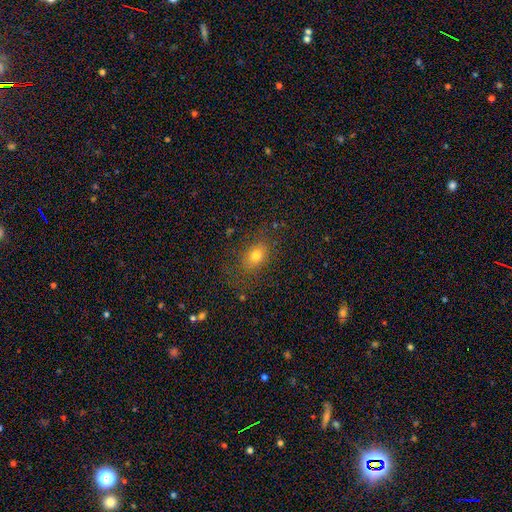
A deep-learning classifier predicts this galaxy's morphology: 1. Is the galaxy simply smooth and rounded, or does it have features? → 75% smooth, 14% star or artifact, 11% featured or disk.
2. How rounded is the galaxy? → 72% in between, 26% round, 2% cigar-shaped.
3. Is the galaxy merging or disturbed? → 76% none, 16% minor disturbance, 7% major disturbance, 2% merger.